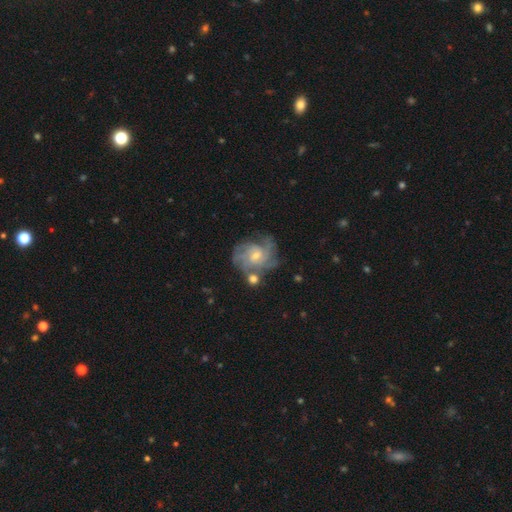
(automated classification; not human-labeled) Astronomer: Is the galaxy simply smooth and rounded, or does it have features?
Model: featured or disk — 82%.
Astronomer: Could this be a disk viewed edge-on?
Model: no — 98%.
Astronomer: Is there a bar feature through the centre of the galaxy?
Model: no — 59% (runner-up: weak, 36%).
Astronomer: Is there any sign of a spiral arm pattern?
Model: yes — 94%.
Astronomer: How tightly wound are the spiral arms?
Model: tight — 53% (runner-up: medium, 37%).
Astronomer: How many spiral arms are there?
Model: can't tell — 29% (runner-up: 4, 28%).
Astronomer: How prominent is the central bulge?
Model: small — 59% (runner-up: moderate, 37%).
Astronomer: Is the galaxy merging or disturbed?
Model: none — 60%.